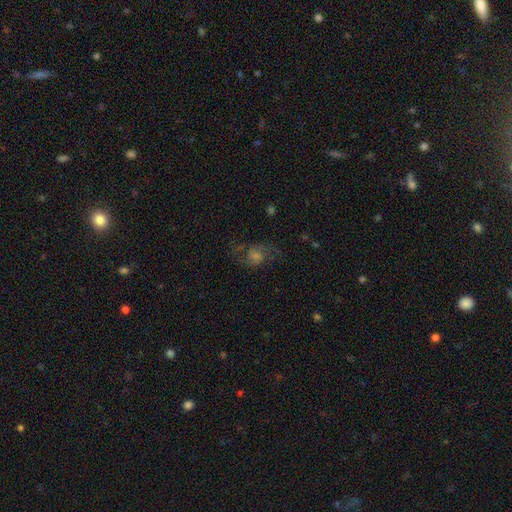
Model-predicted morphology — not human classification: smooth-or-featured: featured or disk: 55% | smooth: 26% | star or artifact: 20%
  disk-edge-on: no: 96% | yes: 4%
    bar: no: 66% | weak: 29% | strong: 5%
    has-spiral-arms: yes: 84% | no: 16%
    bulge-size: moderate: 37% | small: 32% | none: 14% | large: 14% | dominant: 3%
  merging: none: 64% | minor disturbance: 17% | major disturbance: 17% | merger: 2%